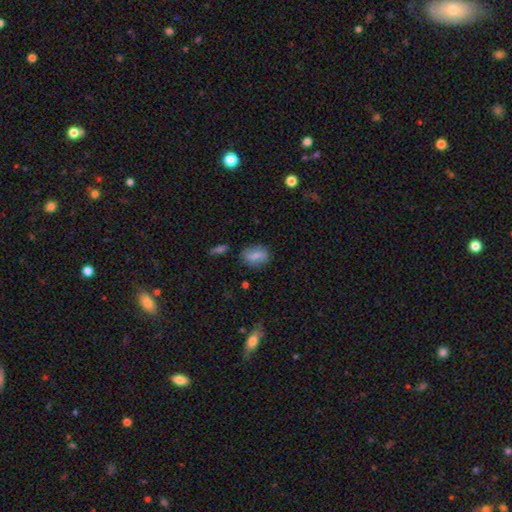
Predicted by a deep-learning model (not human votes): This is likely a smooth galaxy (74%). How rounded: likely in between (77%). Merging: likely none (78%).